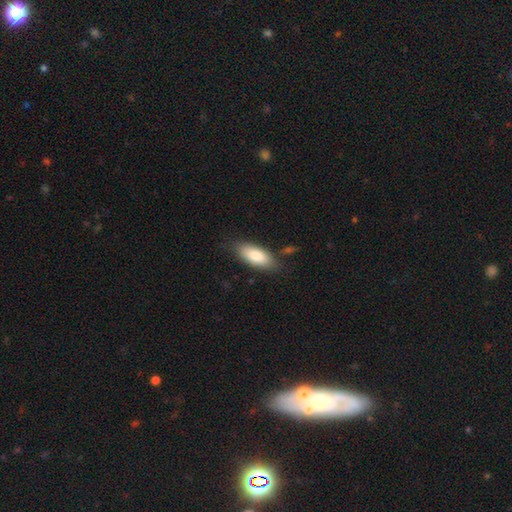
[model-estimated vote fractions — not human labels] This is clearly a smooth galaxy (82%). How rounded: clearly in between (81%). Merging: likely none (76%).